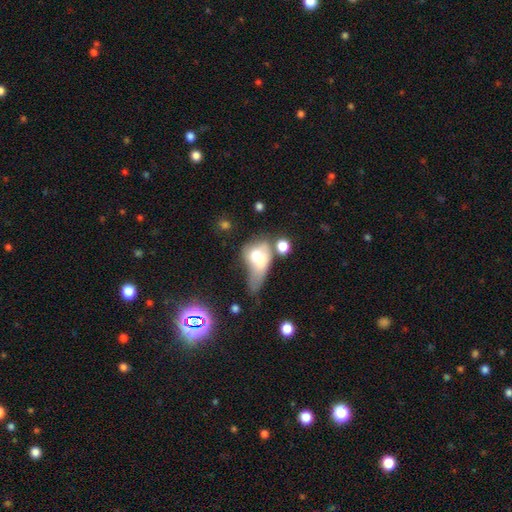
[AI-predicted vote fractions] Morphology: type=smooth (58%); roundness=in between (65%); merging=merger (49%).